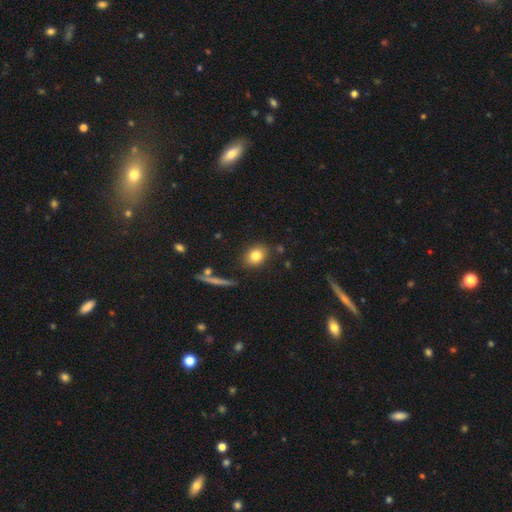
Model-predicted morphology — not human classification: The model was most divided on "how rounded": in between: 61%, round: 37%, cigar-shaped: 2%. More confident: merging — none (84%); smooth or featured — smooth (81%).